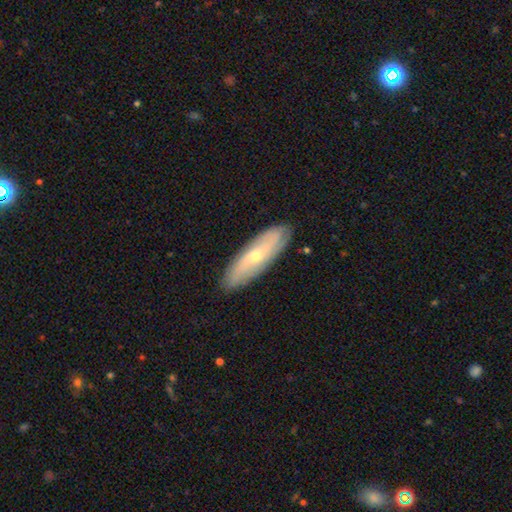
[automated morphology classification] smooth_or_featured: featured or disk (p=0.56) [alt: smooth p=0.38]
disk_edge_on: no (p=0.66) [alt: yes p=0.34]
merging: none (p=0.86) [alt: minor disturbance p=0.11]